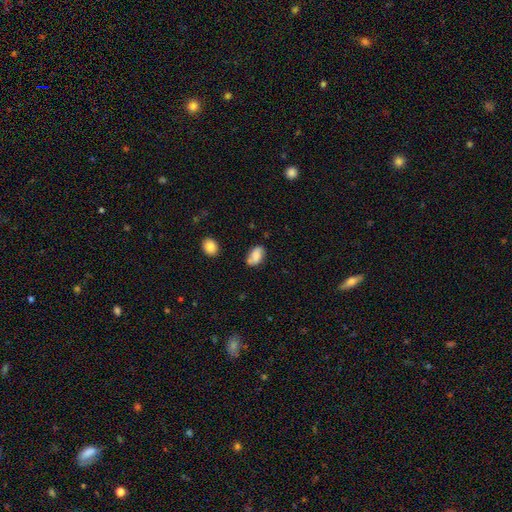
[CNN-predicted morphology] Smooth or featured: smooth — 74% (featured or disk — 17%)
How rounded: in between — 90% (round — 8%)
Merging: none — 68% (minor disturbance — 21%)